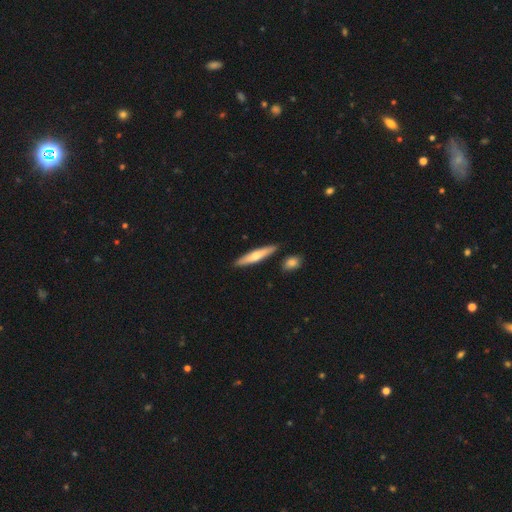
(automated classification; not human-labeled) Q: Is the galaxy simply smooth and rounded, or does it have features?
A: smooth — 57%.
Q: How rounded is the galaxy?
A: cigar-shaped — 86%.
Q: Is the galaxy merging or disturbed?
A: none — 86%.